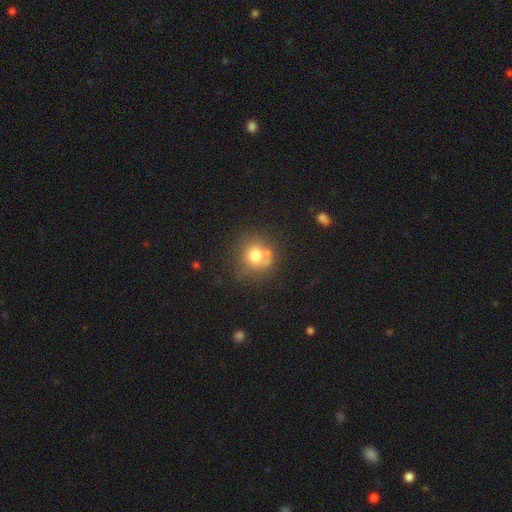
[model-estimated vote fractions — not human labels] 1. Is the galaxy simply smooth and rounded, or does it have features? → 71% smooth, 17% featured or disk, 12% star or artifact.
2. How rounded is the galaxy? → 84% round, 15% in between, 1% cigar-shaped.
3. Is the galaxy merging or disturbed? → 55% none, 18% merger, 18% minor disturbance, 9% major disturbance.